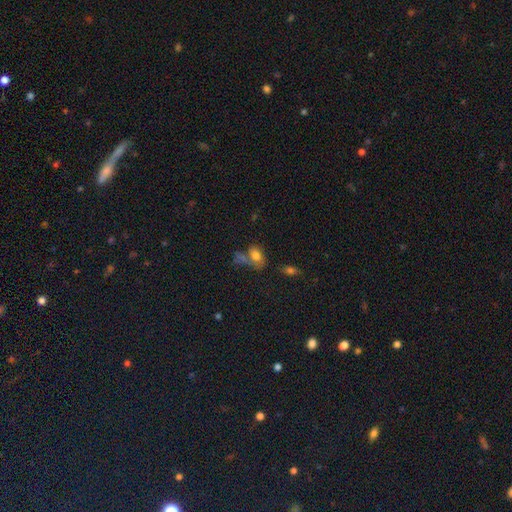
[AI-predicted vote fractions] smooth_or_featured: smooth (p=0.72) [alt: featured or disk p=0.16]
how_rounded: in between (p=0.83) [alt: round p=0.14]
merging: none (p=0.41) [alt: merger p=0.29]